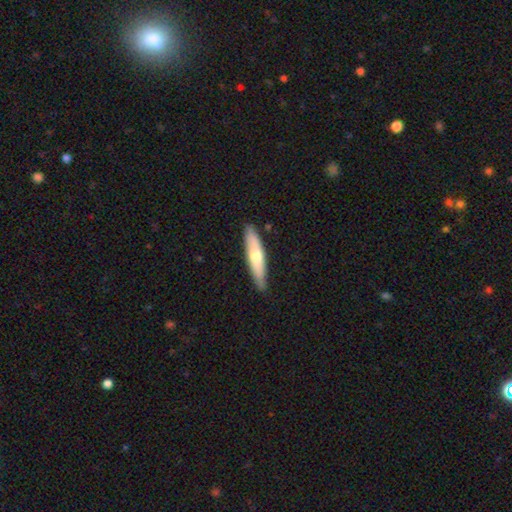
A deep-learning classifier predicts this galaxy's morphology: Smooth or featured? smooth (57%)
How rounded? cigar-shaped (79%)
Merging? none (85%)